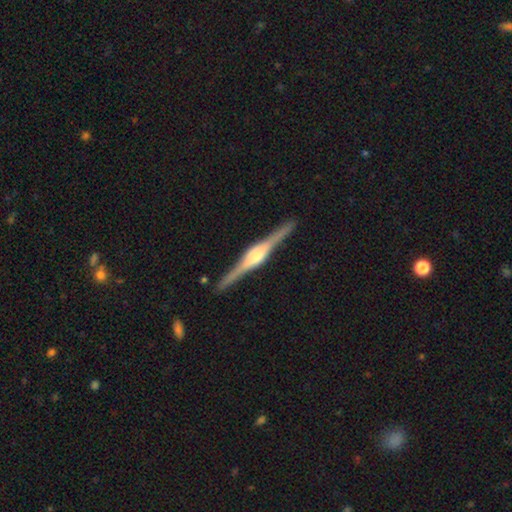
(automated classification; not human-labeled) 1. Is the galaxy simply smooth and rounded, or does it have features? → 88% featured or disk, 8% smooth, 4% star or artifact.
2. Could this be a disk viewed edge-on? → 99% yes, 1% no.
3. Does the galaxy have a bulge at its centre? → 78% rounded, 19% boxy, 3% none.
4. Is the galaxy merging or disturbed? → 92% none, 6% minor disturbance, 1% major disturbance, 1% merger.